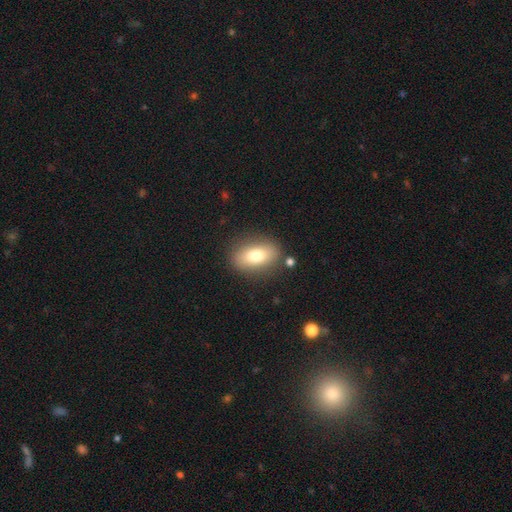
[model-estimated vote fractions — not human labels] smooth_or_featured: smooth (p=0.77) [alt: featured or disk p=0.15]
how_rounded: in between (p=0.86) [alt: round p=0.10]
merging: none (p=0.82) [alt: minor disturbance p=0.11]